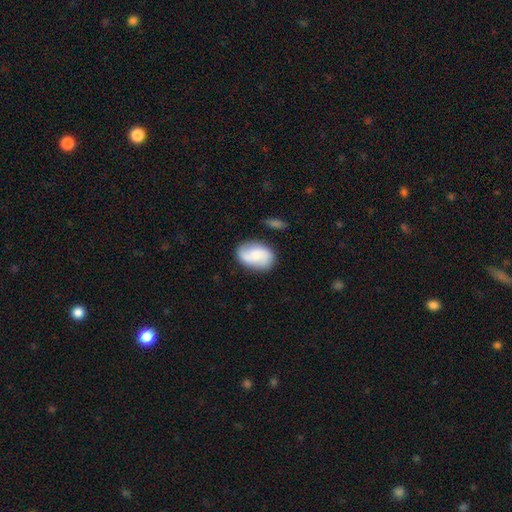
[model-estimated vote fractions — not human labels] Q: Smooth or featured?
A: smooth (51%); runner-up: featured or disk (42%)
Q: How rounded?
A: in between (82%); runner-up: round (17%)
Q: Merging?
A: none (75%); runner-up: minor disturbance (16%)